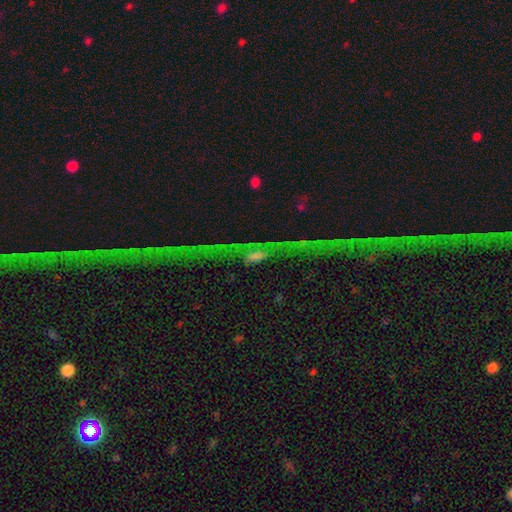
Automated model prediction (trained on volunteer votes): A featured or disk galaxy (40%). Merging: none (49%).